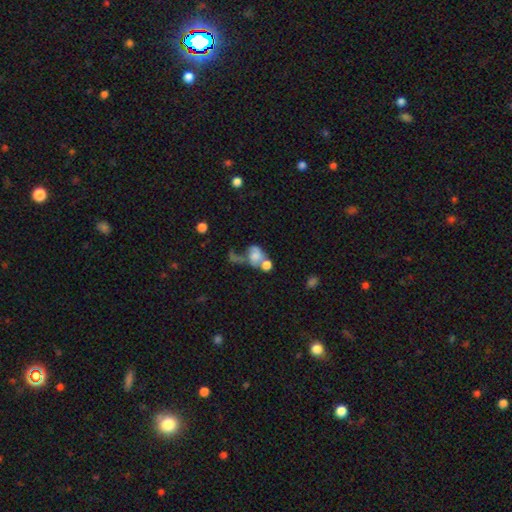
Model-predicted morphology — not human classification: smooth_or_featured: smooth (p=0.56) [alt: featured or disk p=0.32]
how_rounded: in between (p=0.63) [alt: round p=0.35]
merging: merger (p=0.51) [alt: major disturbance p=0.25]